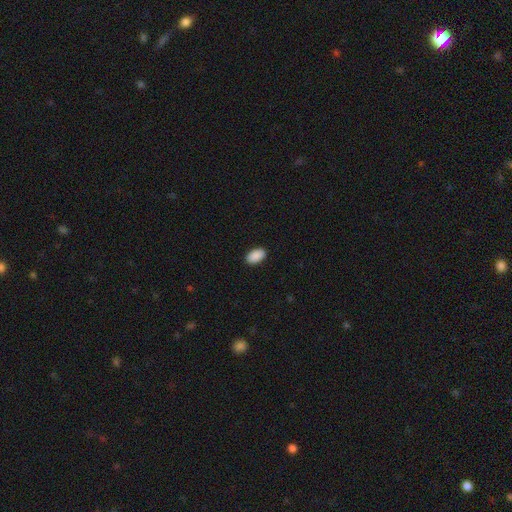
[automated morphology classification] Q: Smooth or featured?
A: smooth (91%); runner-up: star or artifact (7%)
Q: How rounded?
A: in between (95%); runner-up: round (4%)
Q: Merging?
A: none (90%); runner-up: minor disturbance (7%)